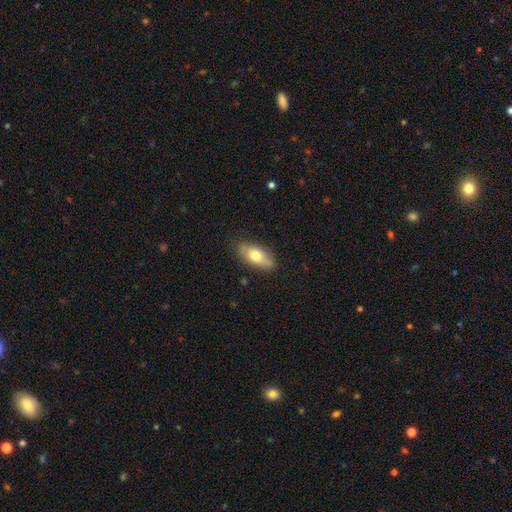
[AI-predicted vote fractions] Overall: smooth (71%). How rounded: in between (87%). Merging: none (84%).